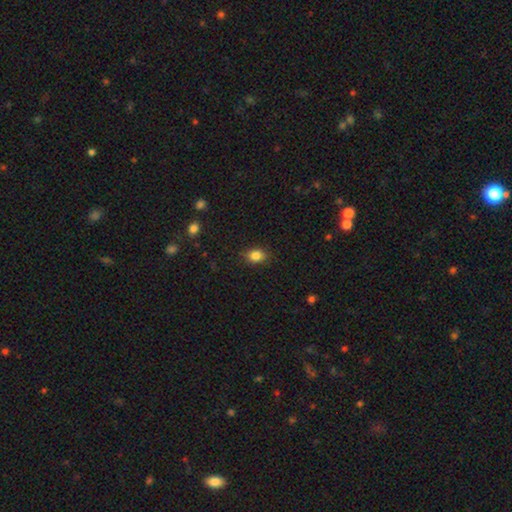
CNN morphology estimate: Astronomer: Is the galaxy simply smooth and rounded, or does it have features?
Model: smooth — 85%.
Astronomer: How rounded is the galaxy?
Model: in between — 65%.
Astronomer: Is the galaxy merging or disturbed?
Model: none — 85%.